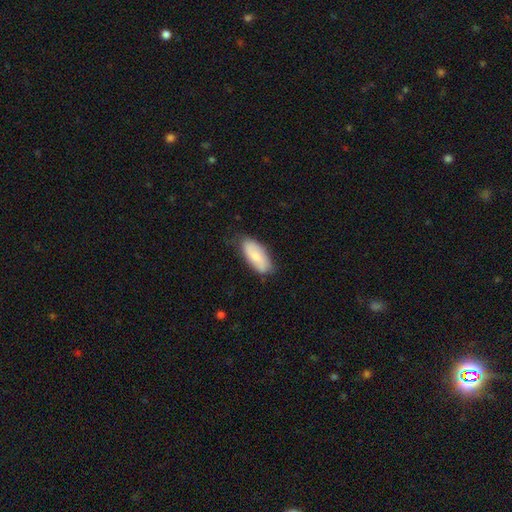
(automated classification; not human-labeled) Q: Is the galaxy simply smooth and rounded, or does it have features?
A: smooth — 73%.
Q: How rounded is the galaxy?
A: in between — 84%.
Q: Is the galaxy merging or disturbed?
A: none — 74%.